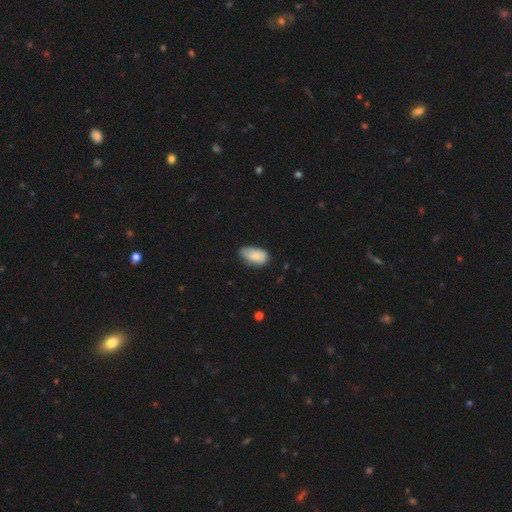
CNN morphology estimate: smooth_or_featured: smooth (p=0.78) [alt: featured or disk p=0.15]
how_rounded: in between (p=0.93) [alt: round p=0.04]
merging: none (p=0.53) [alt: minor disturbance p=0.38]